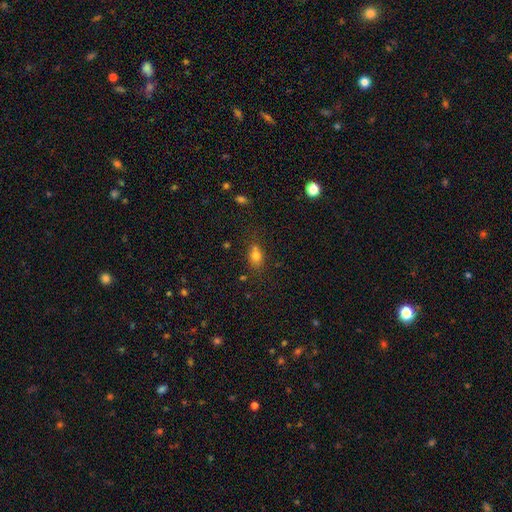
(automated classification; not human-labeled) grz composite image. It shows a smooth galaxy with no disk features (75%) that is in between round and cigar-shaped (71%). Merging: none (64%).